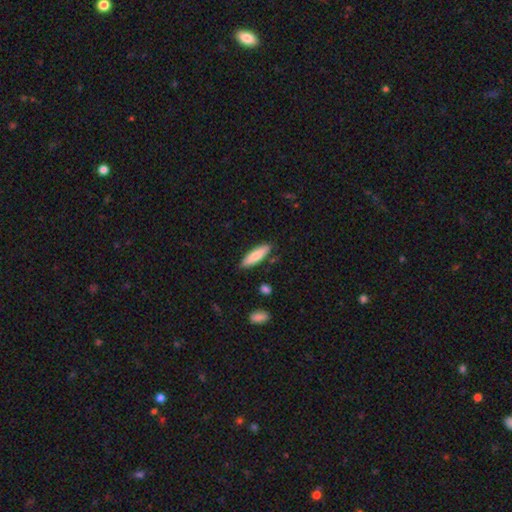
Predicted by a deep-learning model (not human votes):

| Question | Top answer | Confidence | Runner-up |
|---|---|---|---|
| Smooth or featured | smooth | 79% | featured or disk (16%) |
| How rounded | cigar-shaped | 60% | in between (39%) |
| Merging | none | 85% | minor disturbance (11%) |